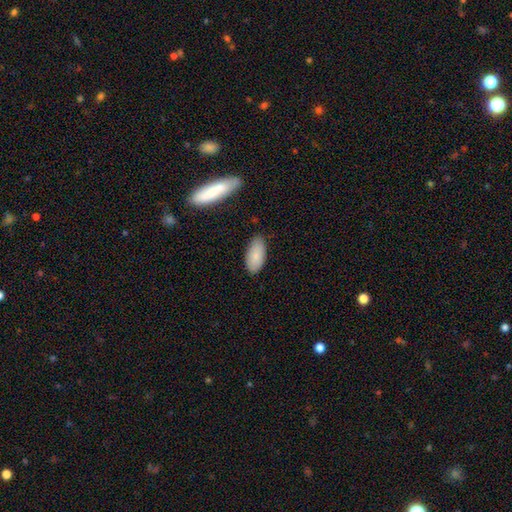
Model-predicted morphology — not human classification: This appears to be a smooth galaxy with no disk features (84%) that is in between round and cigar-shaped (93%). Merging: none (81%).